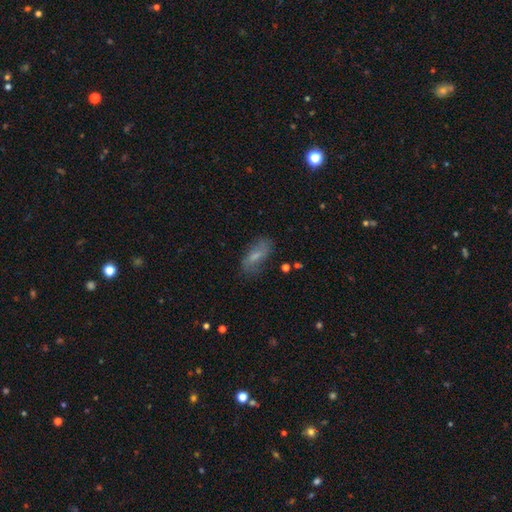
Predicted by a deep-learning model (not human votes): A smooth galaxy with no disk features (62%) that is in between round and cigar-shaped (77%).

Vote fractions:
- Smooth or featured? smooth: 62% / featured or disk: 29% / star or artifact: 9%
- How rounded? in between: 77% / cigar-shaped: 19% / round: 3%
- Merging? none: 69% / minor disturbance: 21% / major disturbance: 8% / merger: 2%